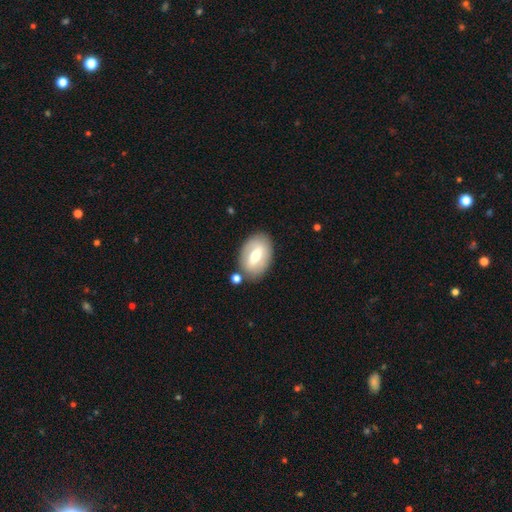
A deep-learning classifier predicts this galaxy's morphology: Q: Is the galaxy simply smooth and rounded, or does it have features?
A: smooth — 47%, tied with featured or disk.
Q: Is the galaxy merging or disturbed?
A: none — 79%.